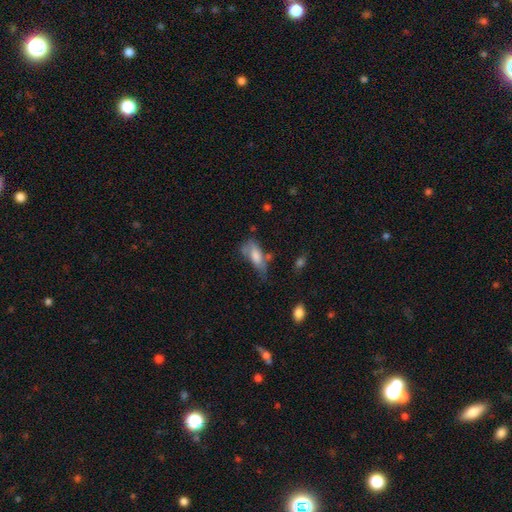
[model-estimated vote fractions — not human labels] smooth-or-featured: smooth: 68% | featured or disk: 24% | star or artifact: 8%
  how-rounded: in between: 78% | cigar-shaped: 19% | round: 3%
  merging: minor disturbance: 32% | none: 31% | major disturbance: 25% | merger: 12%